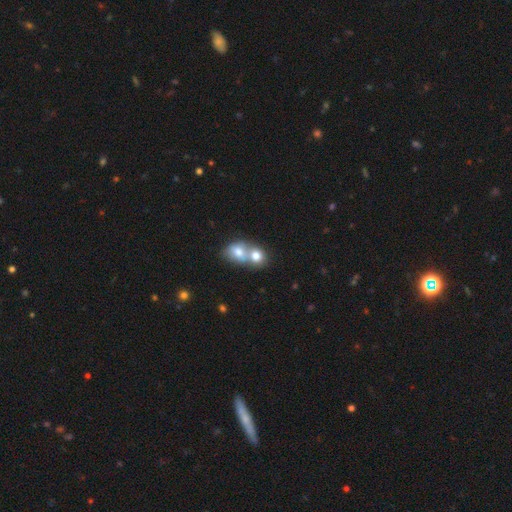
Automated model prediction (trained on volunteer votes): Smooth or featured: smooth — 75% (featured or disk — 16%)
How rounded: round — 65% (in between — 34%)
Merging: merger — 70% (none — 22%)